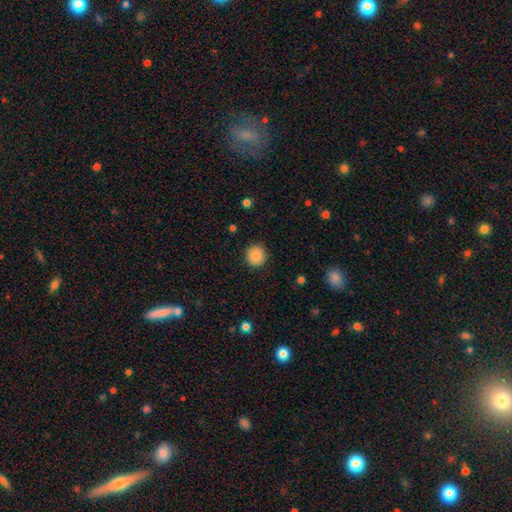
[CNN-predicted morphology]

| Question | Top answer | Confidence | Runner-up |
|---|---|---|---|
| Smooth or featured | smooth | 88% | star or artifact (9%) |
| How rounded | round | 91% | in between (8%) |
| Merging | none | 91% | minor disturbance (6%) |